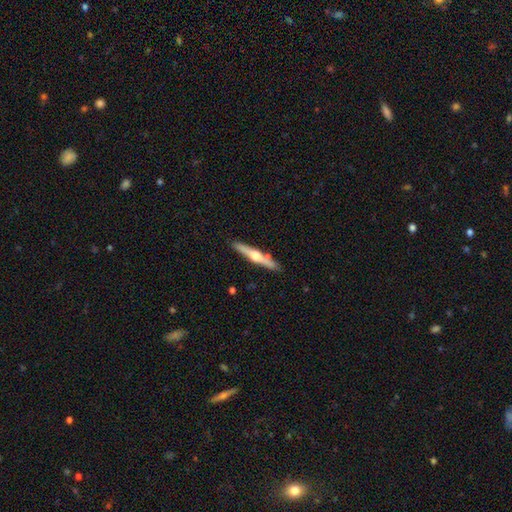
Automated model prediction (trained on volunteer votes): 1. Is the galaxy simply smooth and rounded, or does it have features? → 66% featured or disk, 29% smooth, 5% star or artifact.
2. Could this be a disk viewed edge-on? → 97% yes, 3% no.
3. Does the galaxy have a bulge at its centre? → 93% rounded, 4% none, 3% boxy.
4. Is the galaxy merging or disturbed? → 86% none, 9% minor disturbance, 3% merger, 2% major disturbance.